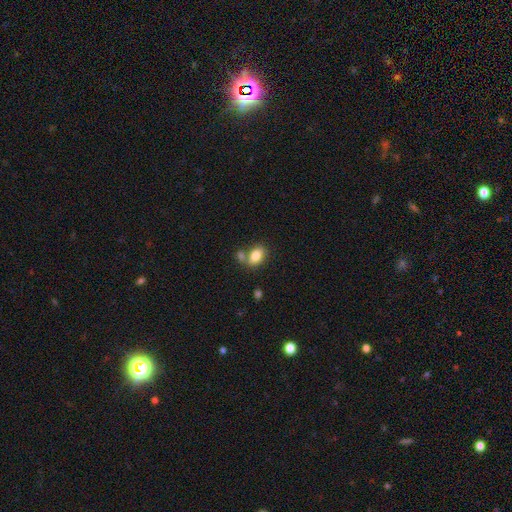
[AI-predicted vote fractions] A smooth galaxy with no disk features (83%) that is in between round and cigar-shaped (82%). Merging: none (56%).